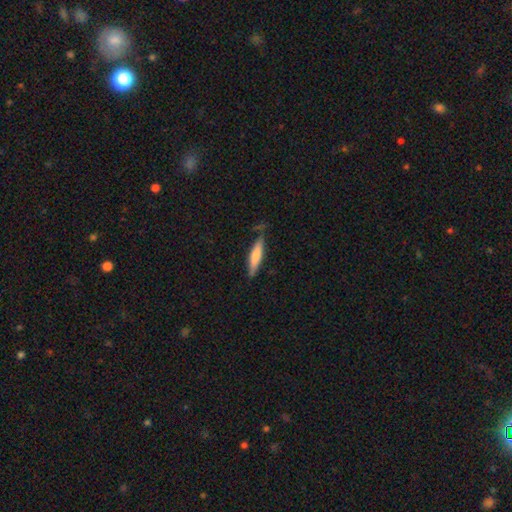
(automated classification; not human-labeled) Smooth or featured? Predicted: smooth (p=0.69). How rounded? Predicted: cigar-shaped (p=0.82). Merging? Predicted: none (p=0.72).